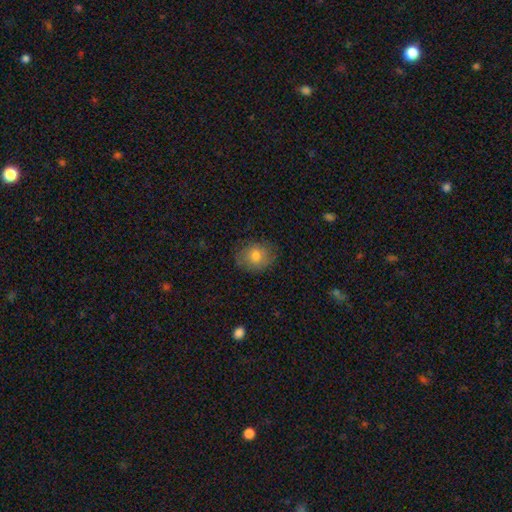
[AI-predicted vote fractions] The model was most divided on "how rounded": round: 61%, in between: 38%, cigar-shaped: 1%. More confident: merging — none (79%); smooth or featured — smooth (75%).